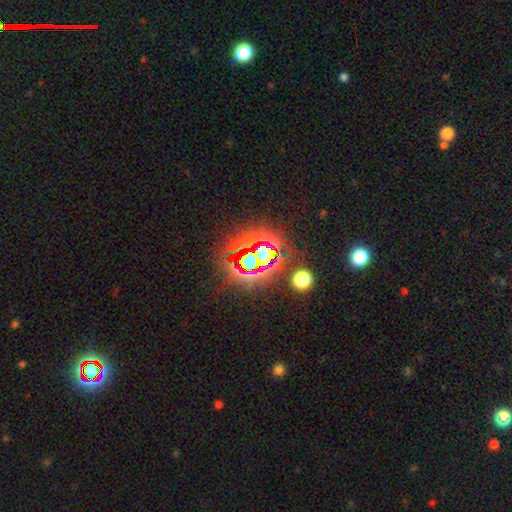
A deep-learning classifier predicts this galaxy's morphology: This appears to be a star or artifact, not a galaxy (77%).